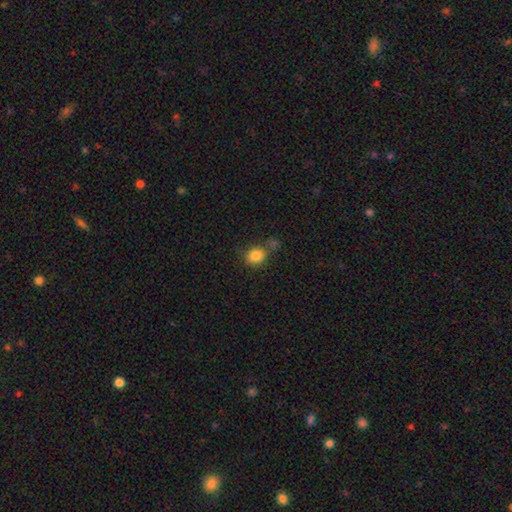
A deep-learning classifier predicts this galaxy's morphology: Smooth or featured: smooth — 84% (star or artifact — 10%)
How rounded: round — 71% (in between — 28%)
Merging: none — 58% (merger — 19%)